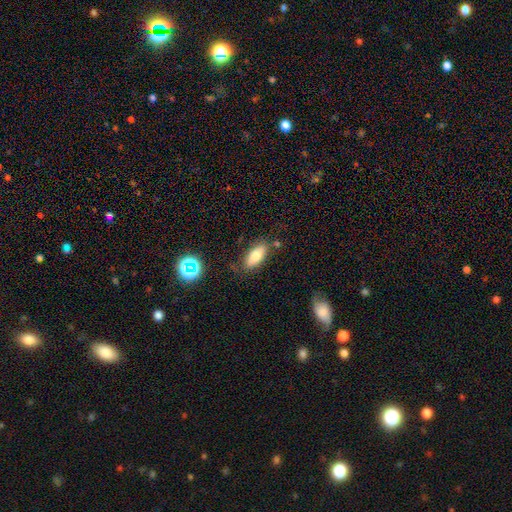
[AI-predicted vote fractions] Smooth or featured: smooth — 74% (featured or disk — 17%)
How rounded: in between — 84% (cigar-shaped — 13%)
Merging: none — 73% (minor disturbance — 17%)